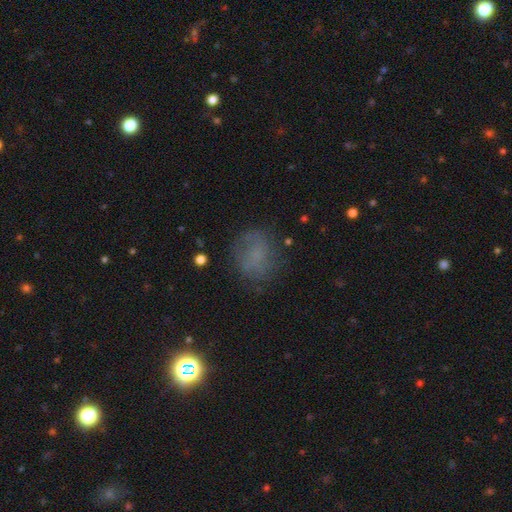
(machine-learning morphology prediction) smooth_or_featured: smooth (p=0.57) [alt: featured or disk p=0.23]
how_rounded: round (p=0.57) [alt: in between p=0.41]
merging: none (p=0.67) [alt: minor disturbance p=0.19]